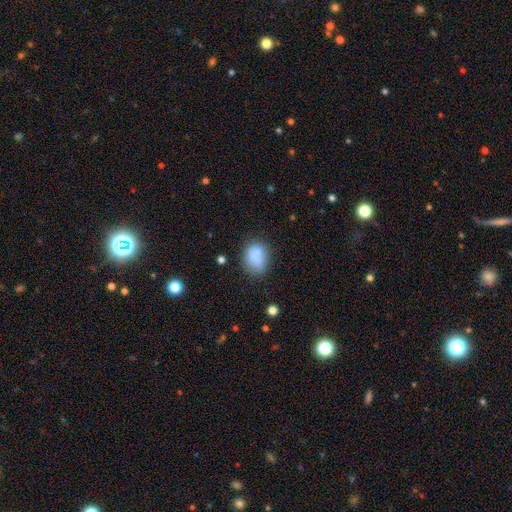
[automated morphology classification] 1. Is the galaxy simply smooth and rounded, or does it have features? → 77% smooth, 13% featured or disk, 10% star or artifact.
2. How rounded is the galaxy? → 64% in between, 35% round, 1% cigar-shaped.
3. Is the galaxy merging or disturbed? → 49% none, 26% minor disturbance, 14% merger, 12% major disturbance.